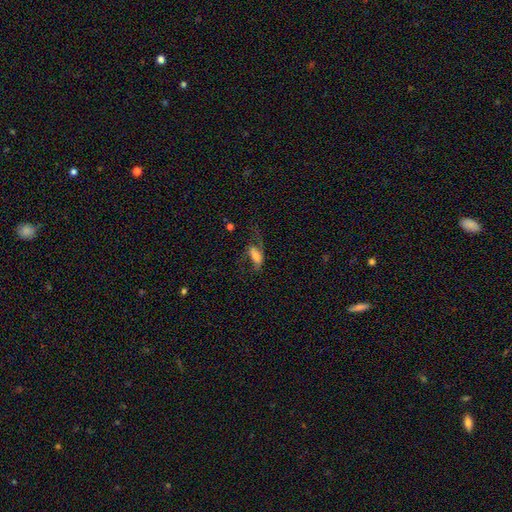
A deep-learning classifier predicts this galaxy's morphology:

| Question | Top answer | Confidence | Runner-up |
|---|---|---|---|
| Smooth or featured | smooth | 53% | featured or disk (37%) |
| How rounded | in between | 79% | cigar-shaped (15%) |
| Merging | major disturbance | 45% | none (31%) |